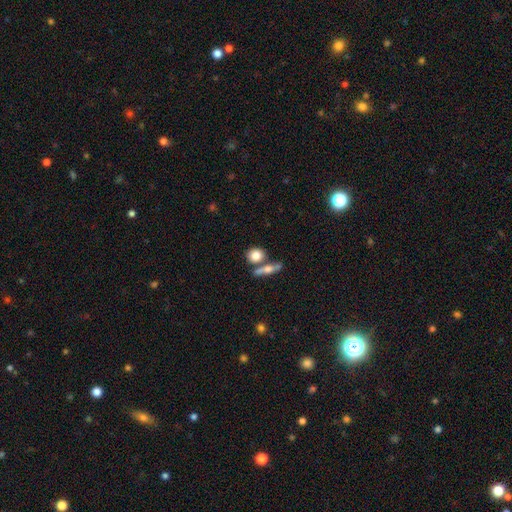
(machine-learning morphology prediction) type=smooth (76%); roundness=round (64%); merging=none (61%).